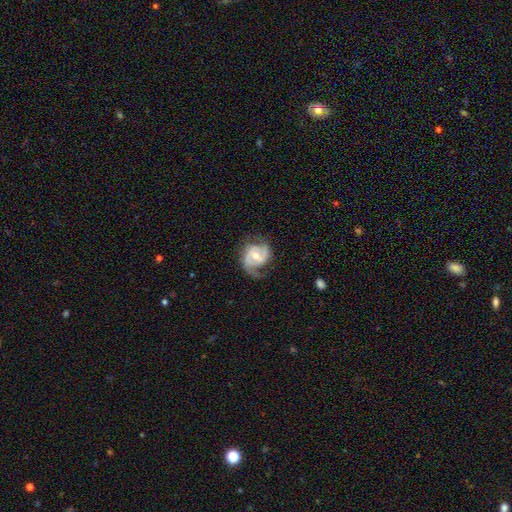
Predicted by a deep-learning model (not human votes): Smooth or featured: featured or disk — 85% (smooth — 10%)
Edge-on disk: no — 98% (yes — 2%)
Bar: weak — 45% (no — 37%)
Spiral arms: yes — 95% (no — 5%)
Spiral winding: medium — 48% (tight — 30%)
Spiral arm count: 2 — 80% (1 — 8%)
Bulge size: moderate — 64% (small — 31%)
Merging: none — 64% (minor disturbance — 21%)